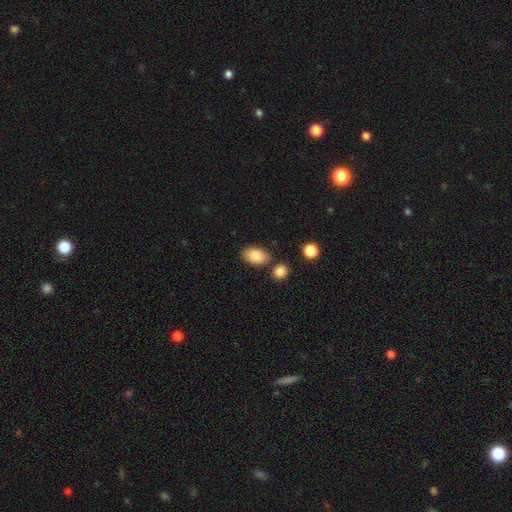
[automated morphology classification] Smooth or featured?
  - smooth: 84% *
  - featured or disk: 8%
  - star or artifact: 7%
How rounded?
  - in between: 91% *
  - round: 7%
  - cigar-shaped: 2%
Merging?
  - none: 78% *
  - minor disturbance: 11%
  - merger: 8%
  - major disturbance: 3%